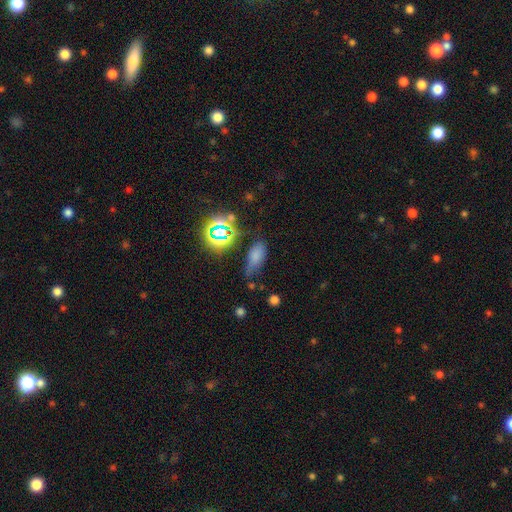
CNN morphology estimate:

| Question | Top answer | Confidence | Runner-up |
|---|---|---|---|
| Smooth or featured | smooth | 66% | star or artifact (24%) |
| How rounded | in between | 83% | cigar-shaped (10%) |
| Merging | none | 54% | minor disturbance (30%) |